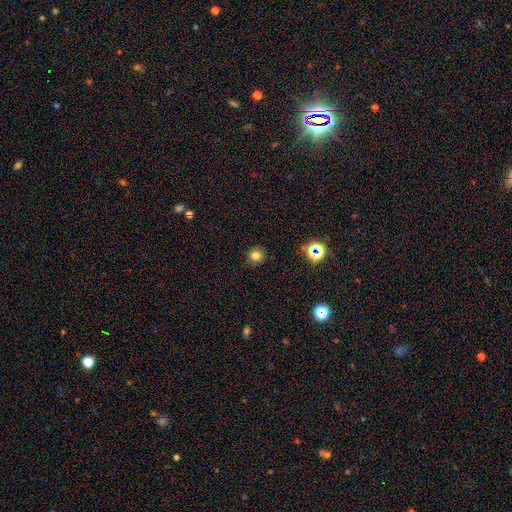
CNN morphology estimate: type=smooth (76%); roundness=round (87%); merging=none (89%).